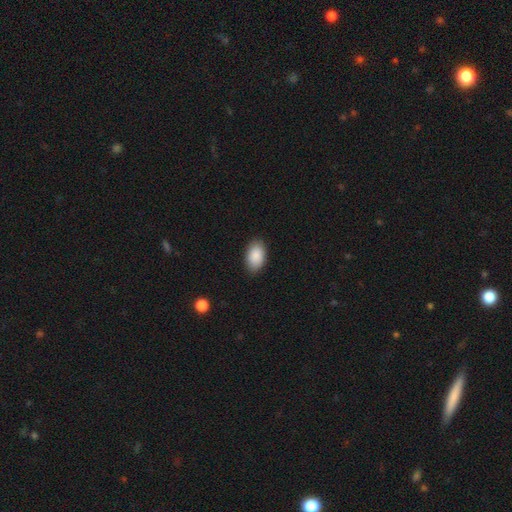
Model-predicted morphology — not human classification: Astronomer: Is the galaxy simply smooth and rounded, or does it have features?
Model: smooth — 89%.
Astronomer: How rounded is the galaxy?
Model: in between — 93%.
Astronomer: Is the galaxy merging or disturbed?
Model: none — 86%.